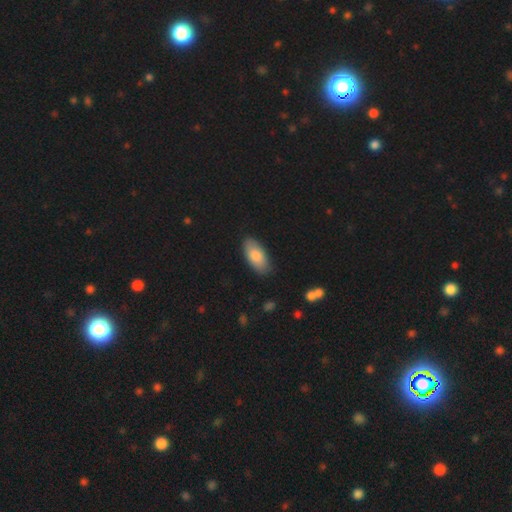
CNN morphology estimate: The model was most divided on "smooth or featured": smooth: 80%, featured or disk: 14%, star or artifact: 5%. More confident: how rounded — in between (91%); merging — none (85%).